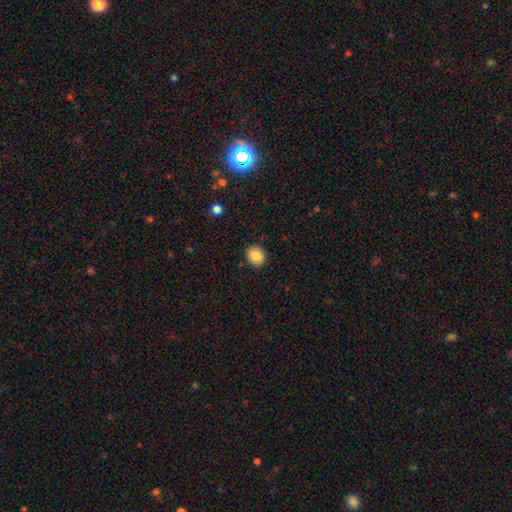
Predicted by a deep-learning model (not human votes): A smooth galaxy with no disk features (84%) that is round (73%).

Vote fractions:
- Smooth or featured? smooth: 84% / star or artifact: 9% / featured or disk: 7%
- How rounded? round: 73% / in between: 26% / cigar-shaped: 1%
- Merging? none: 90% / minor disturbance: 7% / major disturbance: 2% / merger: 1%